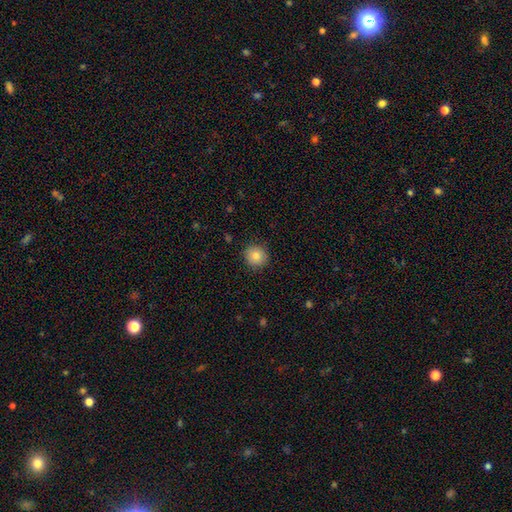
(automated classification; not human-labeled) smooth-or-featured: smooth: 82% | star or artifact: 9% | featured or disk: 8%
  how-rounded: round: 93% | in between: 6% | cigar-shaped: 1%
  merging: none: 91% | minor disturbance: 7% | major disturbance: 2% | merger: 1%